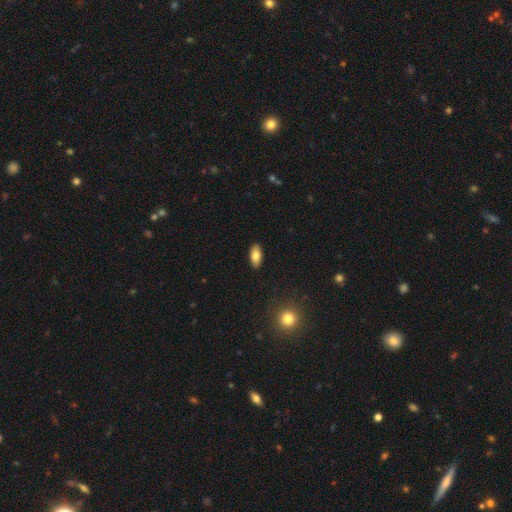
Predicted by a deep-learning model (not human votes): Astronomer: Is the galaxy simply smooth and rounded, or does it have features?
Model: smooth — 79%.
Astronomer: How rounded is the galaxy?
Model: in between — 90%.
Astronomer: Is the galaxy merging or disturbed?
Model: none — 90%.